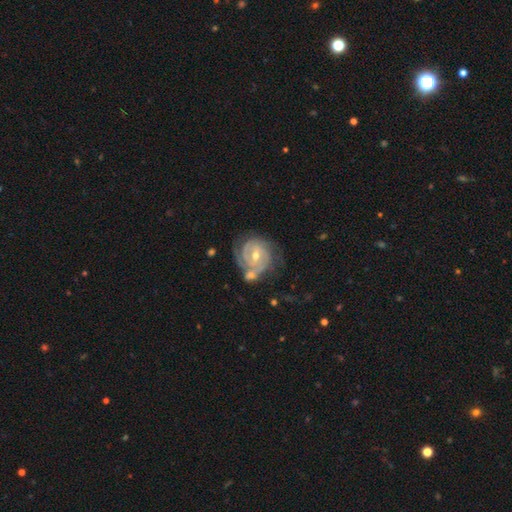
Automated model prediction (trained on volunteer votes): Morphology: type=featured or disk (87%); edge-on=no (98%); bar=no (47%); spiral arms=yes (97%); winding=tight (74%); arm count=2 (45%); bulge=moderate (55%); merging=none (57%).